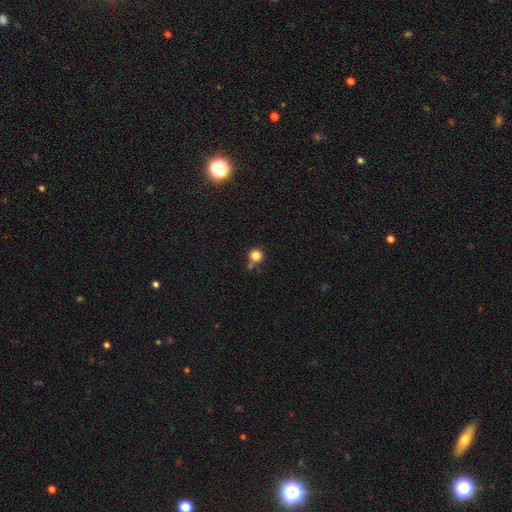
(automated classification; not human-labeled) A smooth galaxy with no disk features (83%) that is round (92%).

Vote fractions:
- Smooth or featured? smooth: 83% / star or artifact: 12% / featured or disk: 5%
- How rounded? round: 92% / in between: 7% / cigar-shaped: 1%
- Merging? none: 68% / merger: 17% / minor disturbance: 11% / major disturbance: 4%